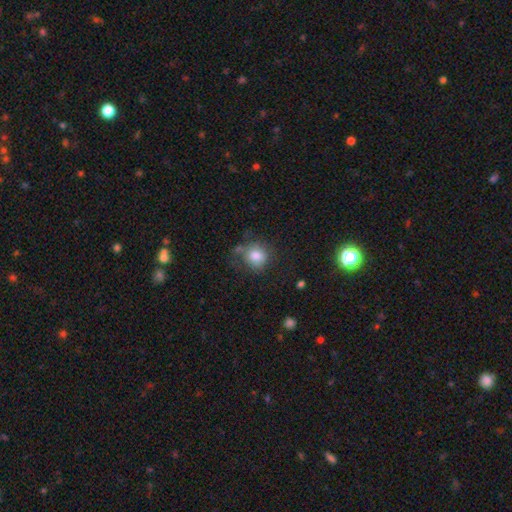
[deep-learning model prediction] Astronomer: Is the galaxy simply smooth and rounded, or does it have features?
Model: smooth — 81%.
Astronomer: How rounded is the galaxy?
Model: round — 82%.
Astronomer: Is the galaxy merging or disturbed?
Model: none — 58%.